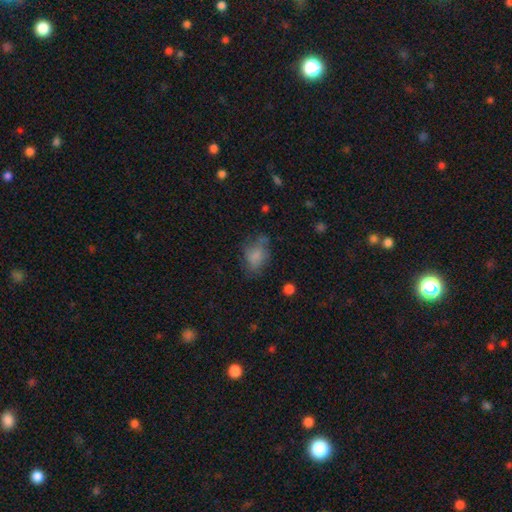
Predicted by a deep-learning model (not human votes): Smooth or featured? Predicted: smooth (p=0.75). How rounded? Predicted: in between (p=0.75). Merging? Predicted: none (p=0.52).